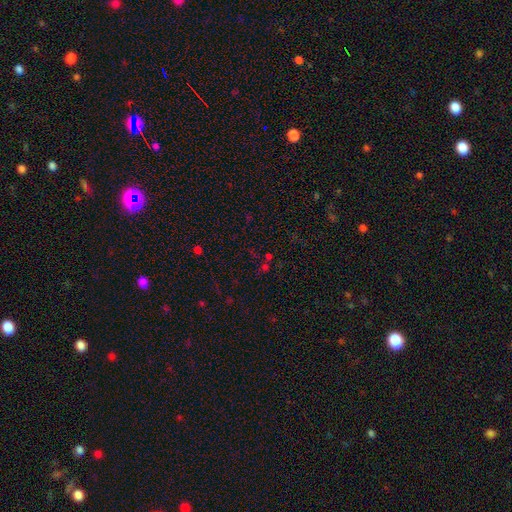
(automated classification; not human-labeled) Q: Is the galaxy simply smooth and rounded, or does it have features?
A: star or artifact — 59%.